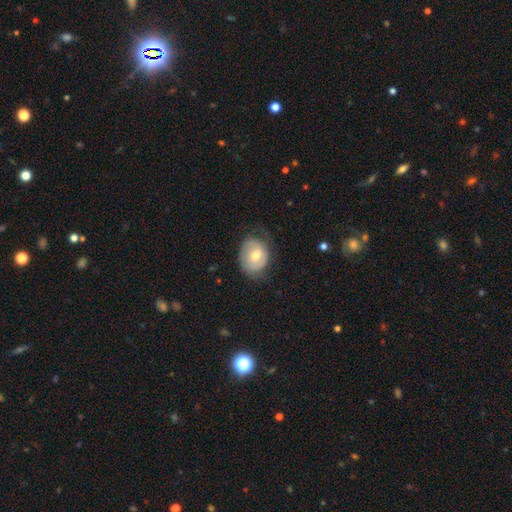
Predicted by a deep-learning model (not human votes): A featured or disk galaxy (55%) with no bar (53%), spiral arms (70%) and a moderate central bulge (65%). Merging: none (64%).